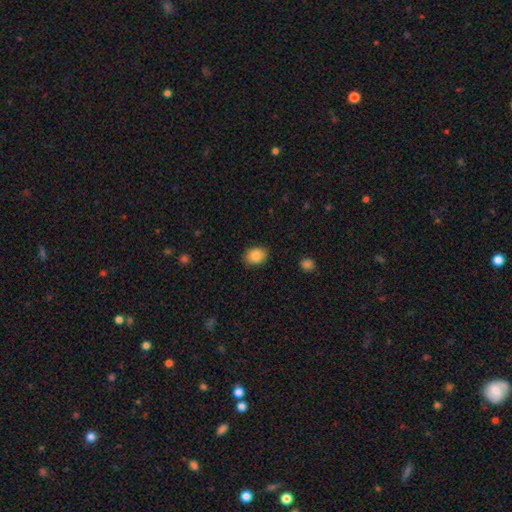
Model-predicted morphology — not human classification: Q: Smooth or featured?
A: smooth (87%); runner-up: star or artifact (8%)
Q: How rounded?
A: in between (57%); runner-up: round (43%)
Q: Merging?
A: none (85%); runner-up: minor disturbance (11%)